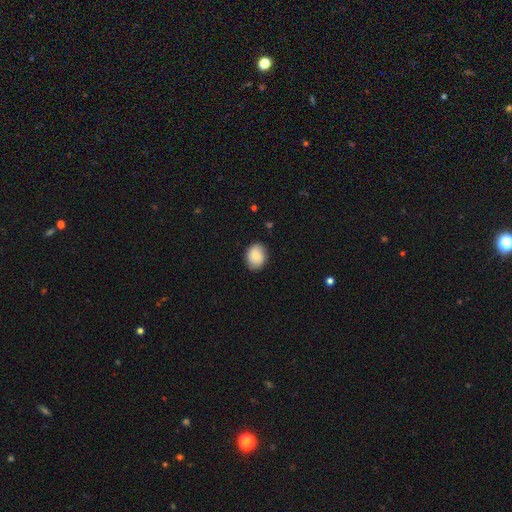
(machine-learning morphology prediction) Smooth or featured?
  - smooth: 83% *
  - featured or disk: 10%
  - star or artifact: 7%
How rounded?
  - in between: 52% *
  - round: 47%
  - cigar-shaped: 1%
Merging?
  - none: 84% *
  - minor disturbance: 13%
  - major disturbance: 3%
  - merger: 1%